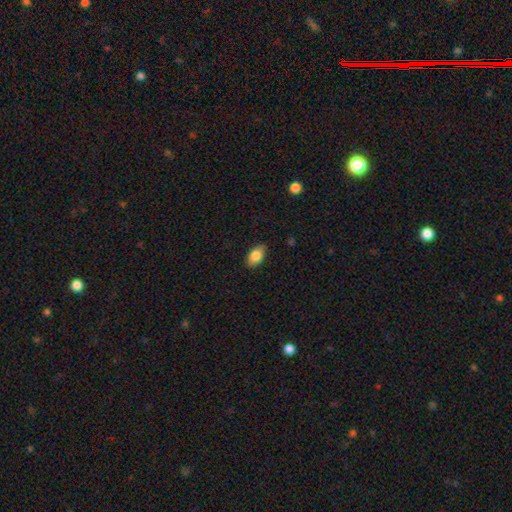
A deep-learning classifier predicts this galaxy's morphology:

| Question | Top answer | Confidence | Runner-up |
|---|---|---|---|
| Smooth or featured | smooth | 84% | featured or disk (9%) |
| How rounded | in between | 92% | round (6%) |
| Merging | none | 86% | minor disturbance (11%) |